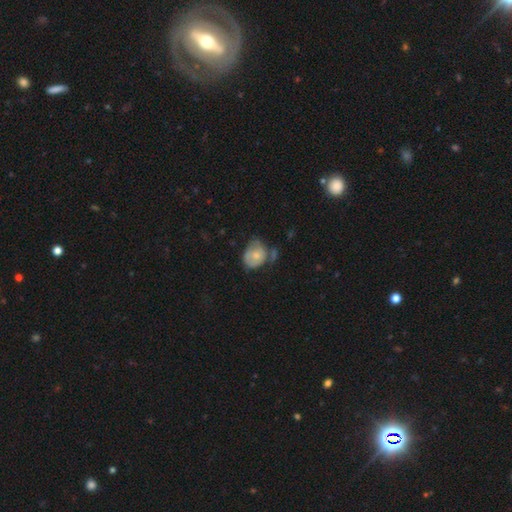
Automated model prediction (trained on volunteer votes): The model was most divided on "merging": none: 34%, minor disturbance: 33%, major disturbance: 17%, merger: 15%. More confident: smooth or featured — smooth (63%); how rounded — in between (54%).